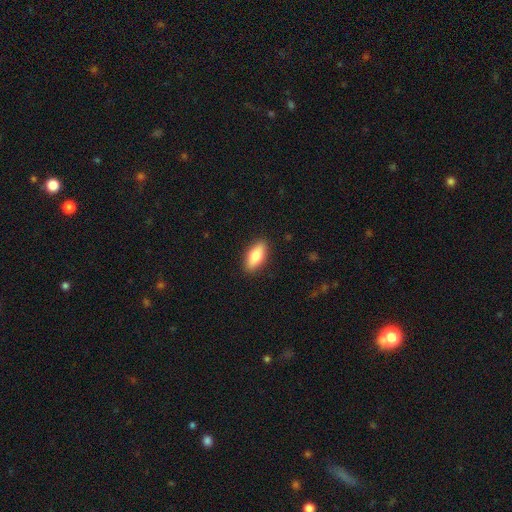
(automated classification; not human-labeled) Smooth or featured: smooth — 79% (featured or disk — 15%)
How rounded: in between — 79% (cigar-shaped — 18%)
Merging: none — 88% (minor disturbance — 9%)